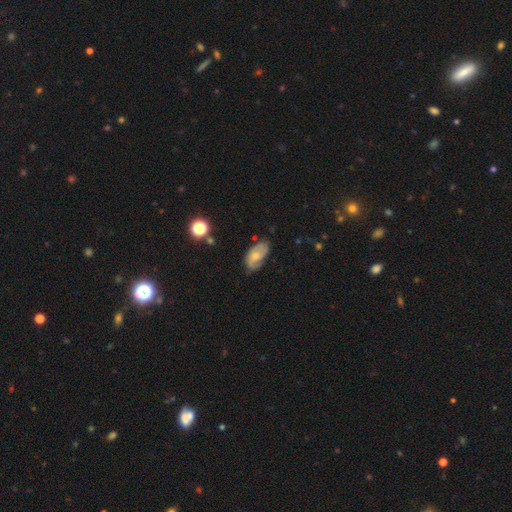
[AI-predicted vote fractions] featured or disk 48%, smooth 44%, star or artifact 8%. Down the decision tree: merging — none (60%).